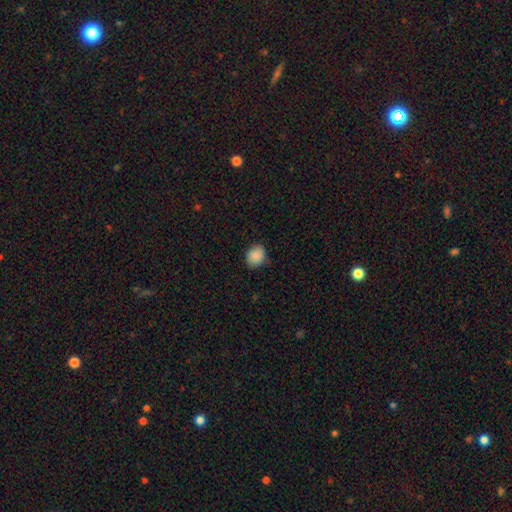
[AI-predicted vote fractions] Smooth or featured?
  - smooth: 88% *
  - star or artifact: 8%
  - featured or disk: 4%
How rounded?
  - round: 58% *
  - in between: 41%
  - cigar-shaped: 1%
Merging?
  - none: 82% *
  - minor disturbance: 15%
  - major disturbance: 3%
  - merger: 1%